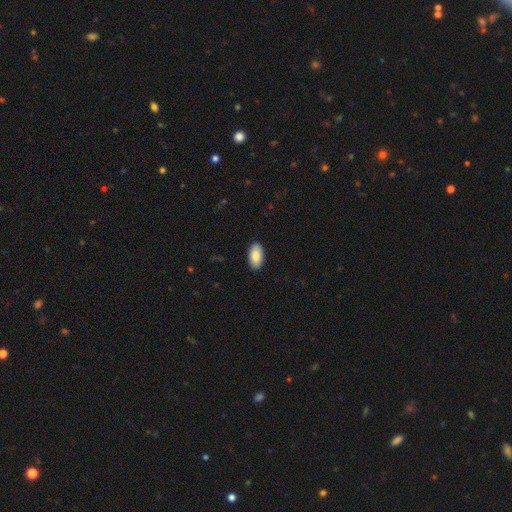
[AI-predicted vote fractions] smooth-or-featured: smooth: 87% | featured or disk: 7% | star or artifact: 6%
  how-rounded: in between: 95% | round: 3% | cigar-shaped: 2%
  merging: none: 90% | minor disturbance: 8% | major disturbance: 2% | merger: 1%